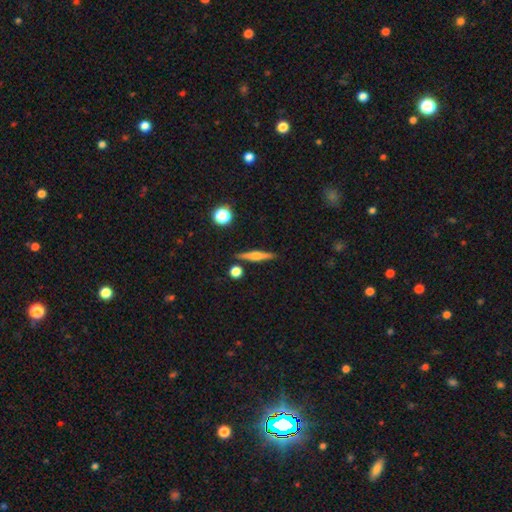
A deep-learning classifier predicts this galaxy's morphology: A featured or disk galaxy (55%) viewed edge-on (97%) with a rounded central bulge (80%).

Vote fractions:
- Smooth or featured? featured or disk: 55% / smooth: 36% / star or artifact: 8%
- Edge-on disk? yes: 97% / no: 3%
- Edge-on bulge? rounded: 80% / boxy: 11% / none: 10%
- Merging? none: 87% / minor disturbance: 8% / merger: 4% / major disturbance: 2%